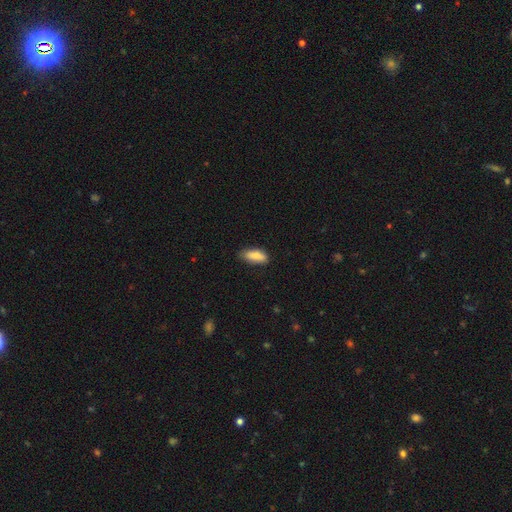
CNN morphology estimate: smooth 86%, featured or disk 8%, star or artifact 6%. Down the decision tree: how rounded — in between (77%); merging — none (70%).